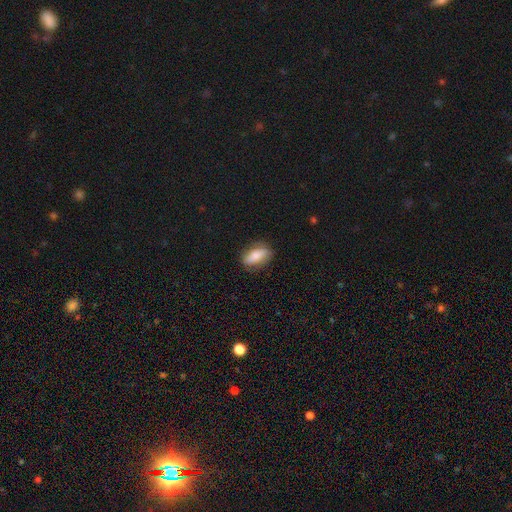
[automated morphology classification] A smooth galaxy with no disk features (71%) that is in between round and cigar-shaped (80%).

Vote fractions:
- Smooth or featured? smooth: 71% / featured or disk: 22% / star or artifact: 7%
- How rounded? in between: 80% / cigar-shaped: 15% / round: 6%
- Merging? none: 81% / minor disturbance: 14% / major disturbance: 3% / merger: 1%